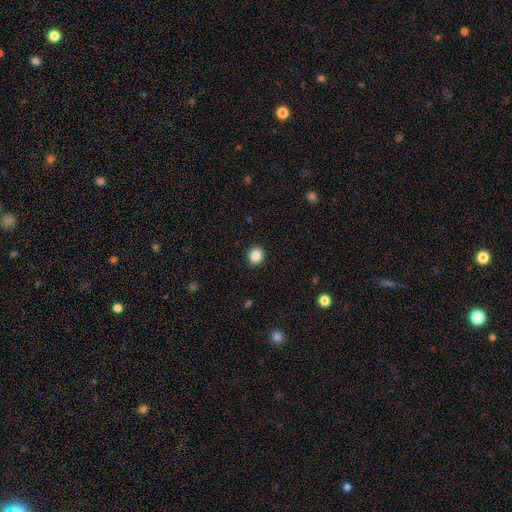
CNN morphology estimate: smooth 86%, star or artifact 10%, featured or disk 4%. Down the decision tree: how rounded — round (84%); merging — none (92%).